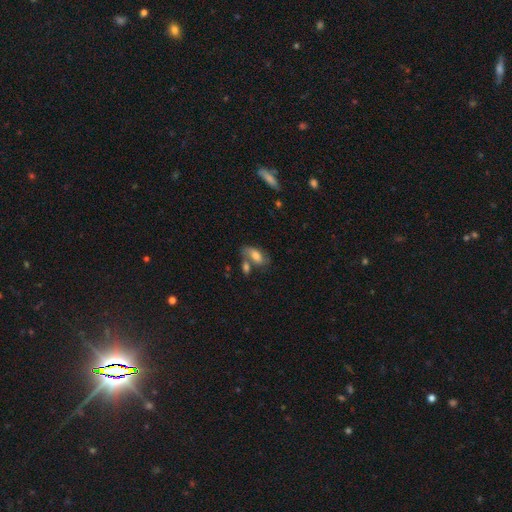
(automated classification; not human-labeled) Q: Smooth or featured?
A: smooth (58%); runner-up: featured or disk (33%)
Q: How rounded?
A: in between (86%); runner-up: cigar-shaped (9%)
Q: Merging?
A: none (47%); runner-up: merger (28%)